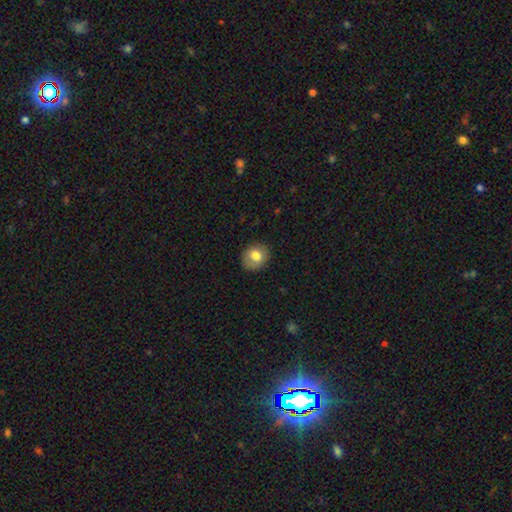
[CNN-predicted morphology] smooth_or_featured: smooth (p=0.78) [alt: featured or disk p=0.13]
how_rounded: round (p=0.65) [alt: in between p=0.34]
merging: none (p=0.84) [alt: minor disturbance p=0.13]